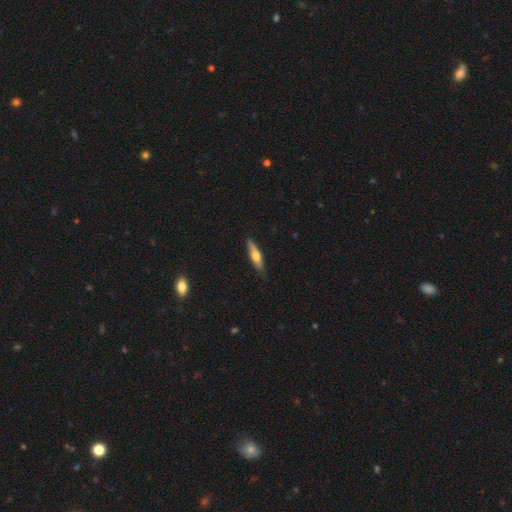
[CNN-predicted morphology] smooth 54%, featured or disk 41%, star or artifact 6%. Down the decision tree: how rounded — cigar-shaped (75%); merging — none (83%).